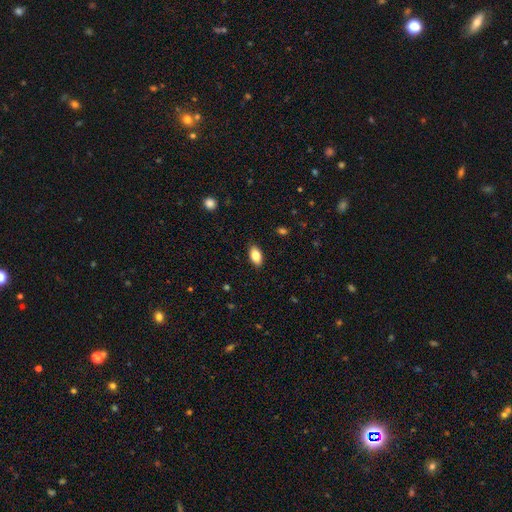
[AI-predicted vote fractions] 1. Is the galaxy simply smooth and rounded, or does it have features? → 83% smooth, 9% featured or disk, 8% star or artifact.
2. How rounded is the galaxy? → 92% in between, 5% round, 3% cigar-shaped.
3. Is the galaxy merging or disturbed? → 89% none, 9% minor disturbance, 2% major disturbance, 1% merger.